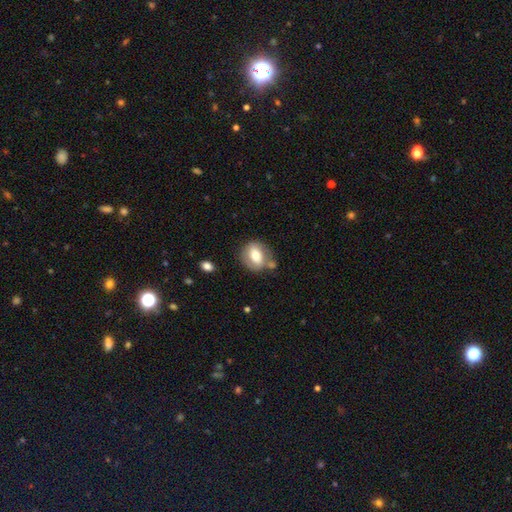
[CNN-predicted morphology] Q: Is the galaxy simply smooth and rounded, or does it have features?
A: smooth — 60%.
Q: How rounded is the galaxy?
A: round — 51%.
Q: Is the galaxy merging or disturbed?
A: none — 64%.